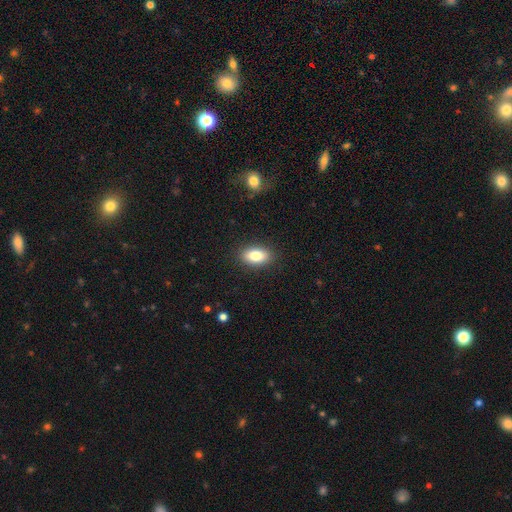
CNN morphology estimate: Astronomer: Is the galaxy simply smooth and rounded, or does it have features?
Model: smooth — 83%.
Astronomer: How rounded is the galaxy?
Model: in between — 91%.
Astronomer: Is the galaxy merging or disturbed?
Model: none — 89%.